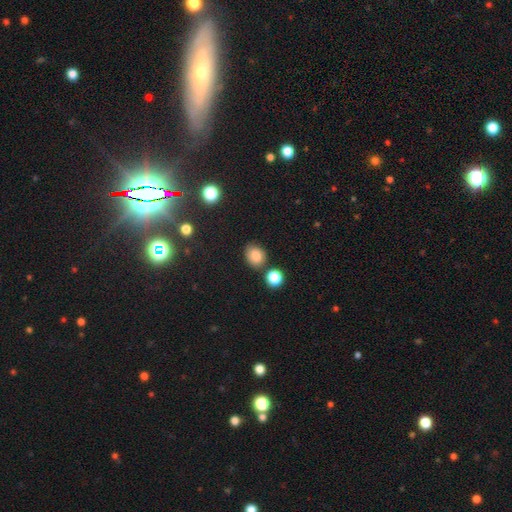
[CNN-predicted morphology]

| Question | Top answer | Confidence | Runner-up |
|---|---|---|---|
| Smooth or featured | smooth | 80% | star or artifact (12%) |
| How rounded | round | 52% | in between (47%) |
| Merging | none | 77% | minor disturbance (13%) |